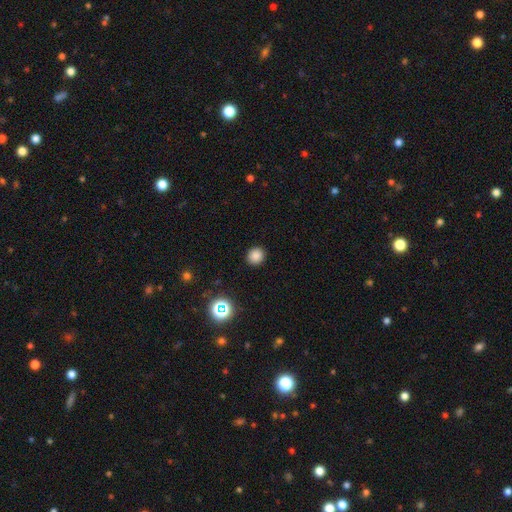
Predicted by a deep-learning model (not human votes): Smooth or featured? smooth (83%)
How rounded? round (89%)
Merging? none (91%)